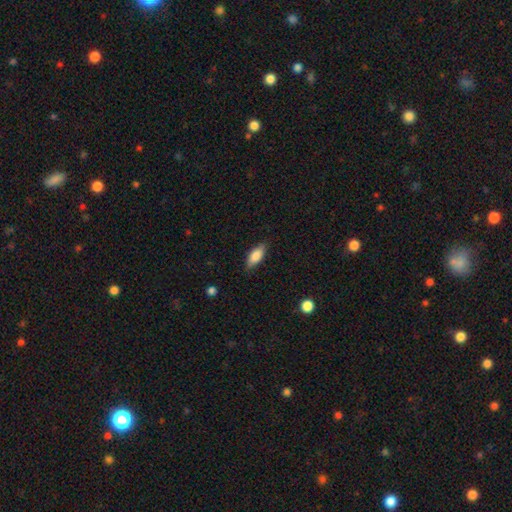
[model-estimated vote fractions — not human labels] A smooth galaxy with no disk features (81%) that is in between round and cigar-shaped (78%).

Vote fractions:
- Smooth or featured? smooth: 81% / featured or disk: 13% / star or artifact: 6%
- How rounded? in between: 78% / cigar-shaped: 19% / round: 3%
- Merging? none: 83% / minor disturbance: 14% / major disturbance: 3% / merger: 1%